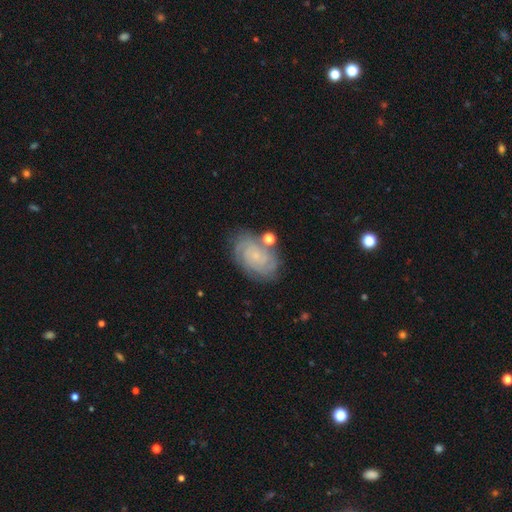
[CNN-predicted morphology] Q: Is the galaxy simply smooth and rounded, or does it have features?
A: featured or disk — 78%.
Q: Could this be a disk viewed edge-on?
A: no — 97%.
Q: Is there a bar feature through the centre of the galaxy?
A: no — 77%.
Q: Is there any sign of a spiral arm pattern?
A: yes — 95%.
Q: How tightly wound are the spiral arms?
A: tight — 75%.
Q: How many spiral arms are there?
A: can't tell — 31%.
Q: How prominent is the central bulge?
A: small — 81%.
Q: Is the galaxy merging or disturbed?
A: none — 74%.